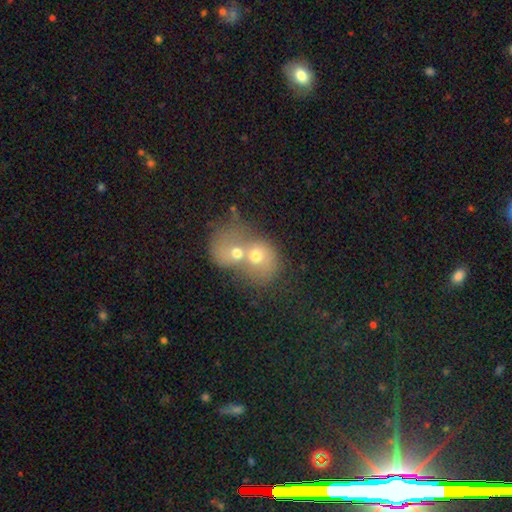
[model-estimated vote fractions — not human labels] Smooth or featured? Predicted: smooth (p=0.57). How rounded? Predicted: round (p=0.61). Merging? Predicted: merger (p=0.82).